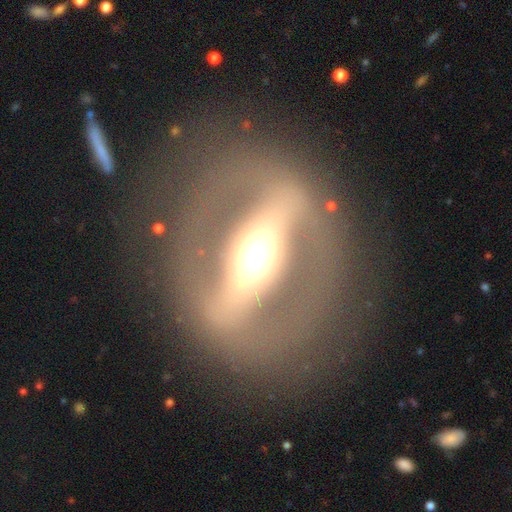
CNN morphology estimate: A featured or disk galaxy (83%) with a strong bar (83%), no spiral arms (68%) and a moderate central bulge (47%).

Vote fractions:
- Smooth or featured? featured or disk: 83% / smooth: 11% / star or artifact: 6%
- Edge-on disk? no: 74% / yes: 26%
- Bar? strong: 83% / weak: 10% / no: 7%
- Spiral arms? no: 68% / yes: 32%
- Bulge size? moderate: 47% / large: 38% / dominant: 10% / small: 4% / none: 1%
- Merging? none: 80% / major disturbance: 10% / minor disturbance: 9% / merger: 2%